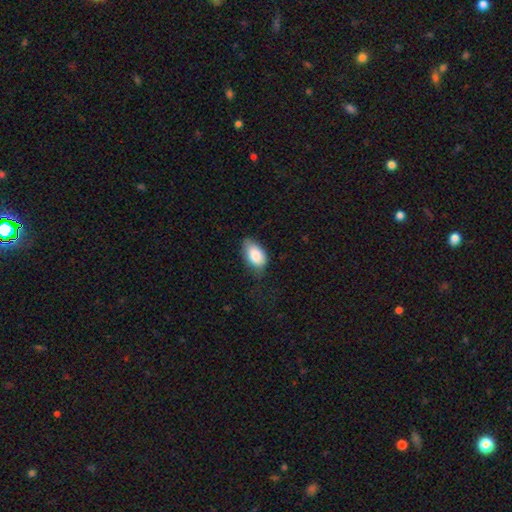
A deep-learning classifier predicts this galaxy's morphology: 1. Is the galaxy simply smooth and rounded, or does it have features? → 83% smooth, 10% featured or disk, 7% star or artifact.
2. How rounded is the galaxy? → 92% in between, 7% round, 2% cigar-shaped.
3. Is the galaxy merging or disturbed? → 53% none, 35% minor disturbance, 10% major disturbance, 1% merger.